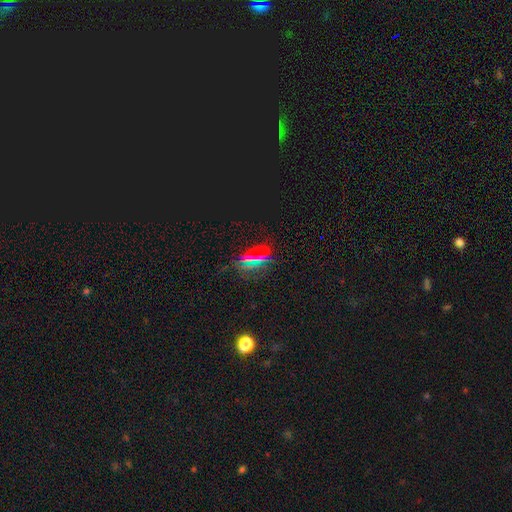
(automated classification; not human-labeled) The model was most divided on "smooth or featured": star or artifact: 58%, smooth: 33%, featured or disk: 9%.